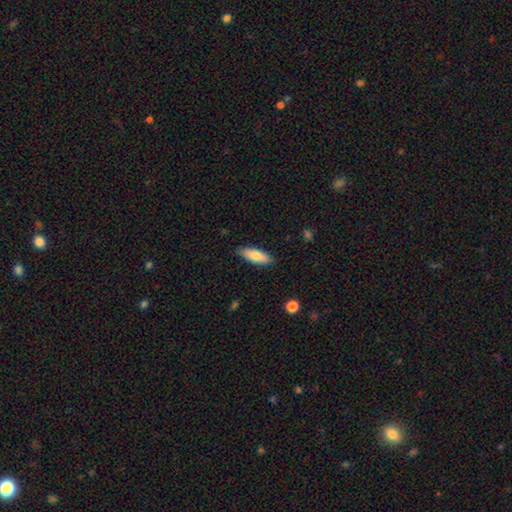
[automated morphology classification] Smooth or featured?
  - smooth: 79% *
  - featured or disk: 15%
  - star or artifact: 6%
How rounded?
  - in between: 63% *
  - cigar-shaped: 35%
  - round: 2%
Merging?
  - none: 87% *
  - minor disturbance: 10%
  - major disturbance: 2%
  - merger: 1%